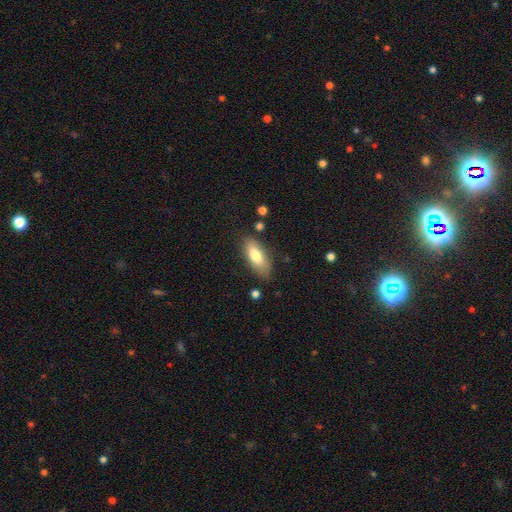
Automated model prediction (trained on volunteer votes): Overall: smooth (76%). How rounded: in between (77%). Merging: none (77%).